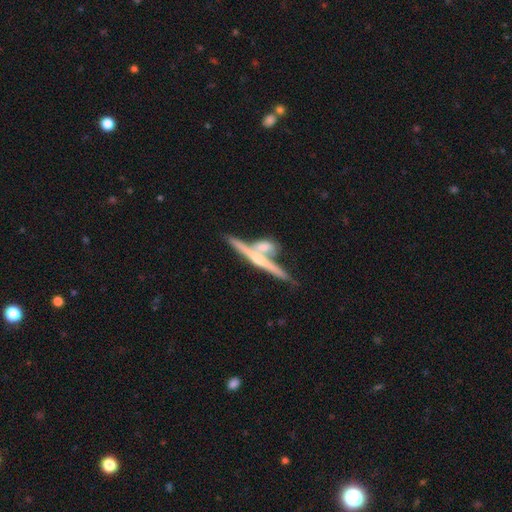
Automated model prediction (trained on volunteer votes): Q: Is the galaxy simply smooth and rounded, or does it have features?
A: featured or disk — 73%.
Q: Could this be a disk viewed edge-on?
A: yes — 95%.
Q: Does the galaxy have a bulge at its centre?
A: rounded — 66%.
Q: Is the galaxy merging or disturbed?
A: none — 54%.